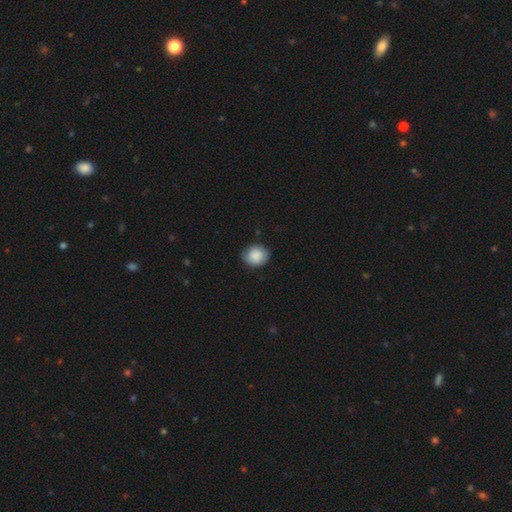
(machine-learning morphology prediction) This appears to be a smooth galaxy with no disk features (86%) that is round (76%). Merging: none (76%).